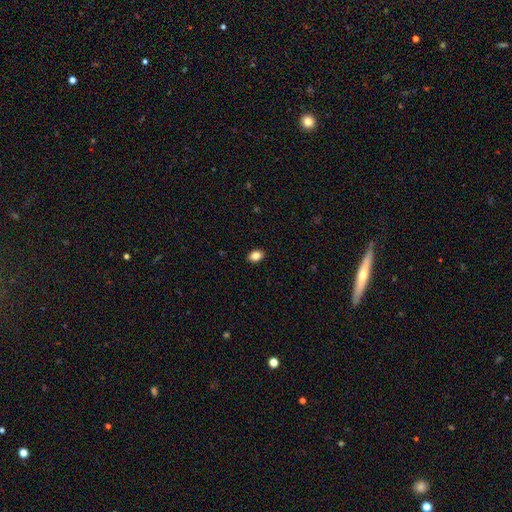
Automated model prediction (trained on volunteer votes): Smooth or featured?
  - smooth: 84% *
  - star or artifact: 9%
  - featured or disk: 7%
How rounded?
  - in between: 77% *
  - round: 22%
  - cigar-shaped: 1%
Merging?
  - none: 90% *
  - minor disturbance: 7%
  - major disturbance: 2%
  - merger: 1%